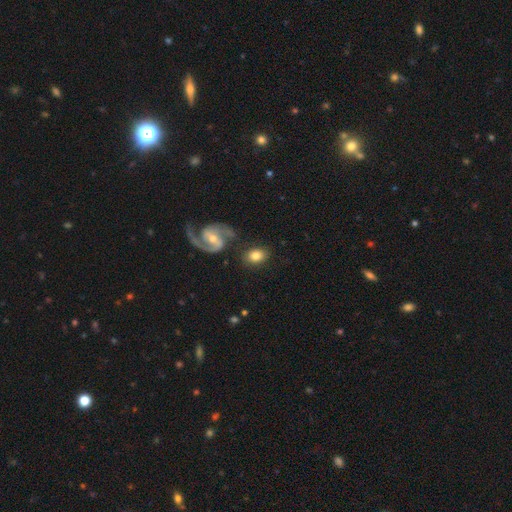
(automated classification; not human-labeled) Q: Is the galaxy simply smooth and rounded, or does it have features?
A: smooth — 67%.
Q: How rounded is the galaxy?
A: in between — 65%.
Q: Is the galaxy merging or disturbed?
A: none — 74%.